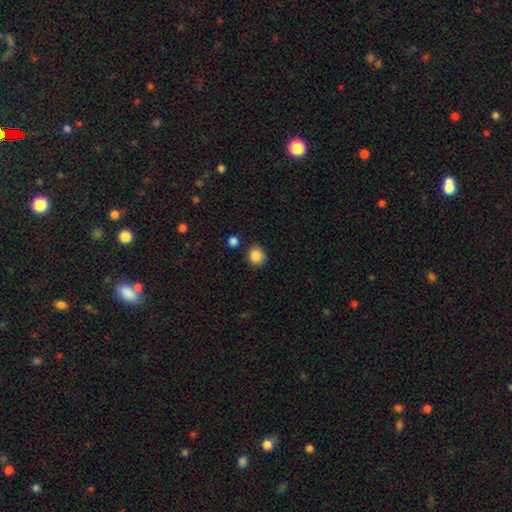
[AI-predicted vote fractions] Overall: smooth (87%). How rounded: round (79%). Merging: none (85%).